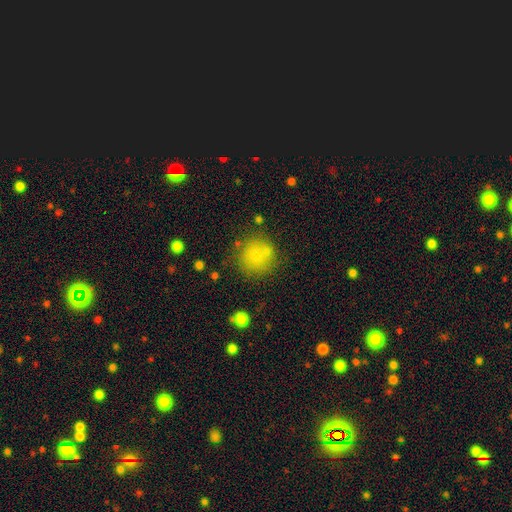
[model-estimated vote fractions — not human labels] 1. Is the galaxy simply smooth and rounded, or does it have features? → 77% smooth, 12% star or artifact, 11% featured or disk.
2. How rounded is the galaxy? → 93% round, 6% in between, 1% cigar-shaped.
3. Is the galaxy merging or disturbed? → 74% none, 11% minor disturbance, 10% merger, 5% major disturbance.